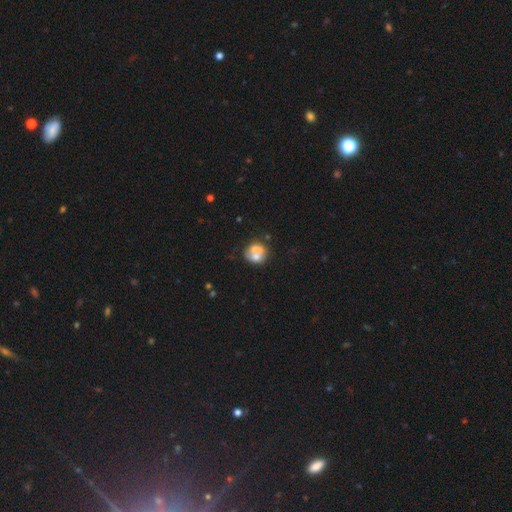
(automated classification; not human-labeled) smooth 54%, featured or disk 37%, star or artifact 9%. Down the decision tree: how rounded — round (68%); merging — merger (47%).